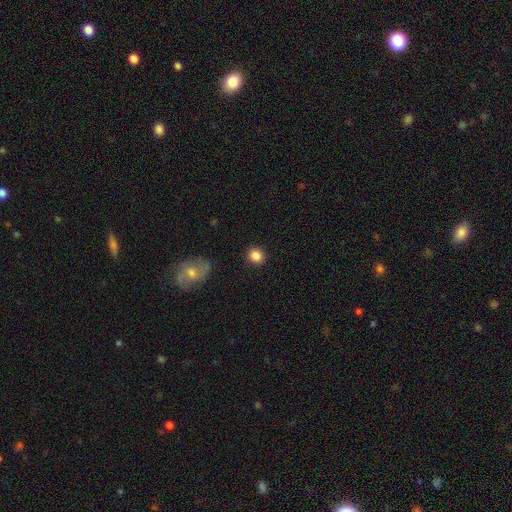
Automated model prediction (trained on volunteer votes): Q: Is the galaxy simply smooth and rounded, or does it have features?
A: smooth — 86%.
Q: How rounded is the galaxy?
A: round — 88%.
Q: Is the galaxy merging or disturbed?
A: none — 90%.